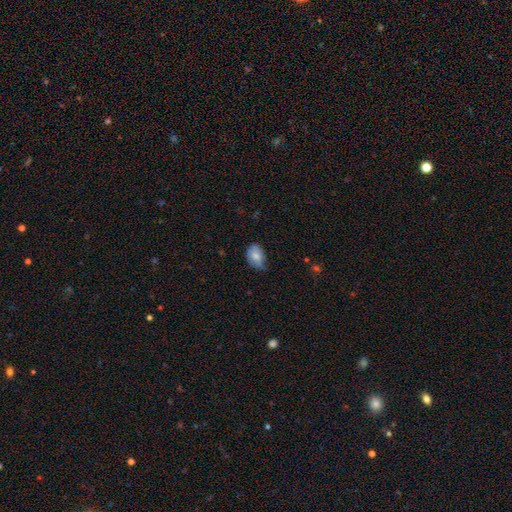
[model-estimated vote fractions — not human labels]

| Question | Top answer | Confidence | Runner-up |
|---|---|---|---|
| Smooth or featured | smooth | 78% | featured or disk (14%) |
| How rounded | in between | 78% | round (20%) |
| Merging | none | 45% | minor disturbance (43%) |